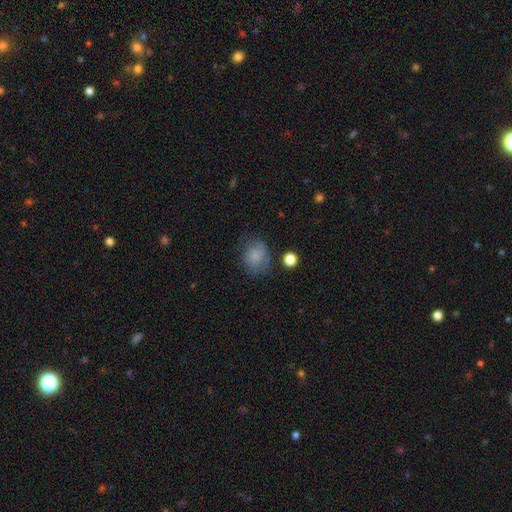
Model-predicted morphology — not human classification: Smooth or featured?
  - smooth: 76% *
  - featured or disk: 14%
  - star or artifact: 10%
How rounded?
  - round: 60% *
  - in between: 39%
  - cigar-shaped: 1%
Merging?
  - none: 61% *
  - minor disturbance: 25%
  - major disturbance: 11%
  - merger: 3%